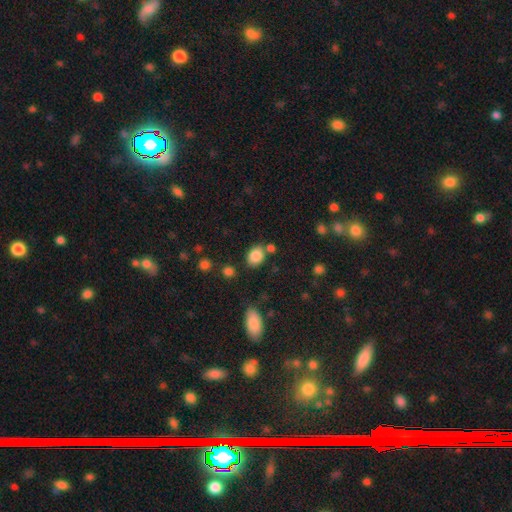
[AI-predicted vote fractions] This is clearly a smooth galaxy (85%). How rounded: likely in between (67%). Merging: likely none (70%).